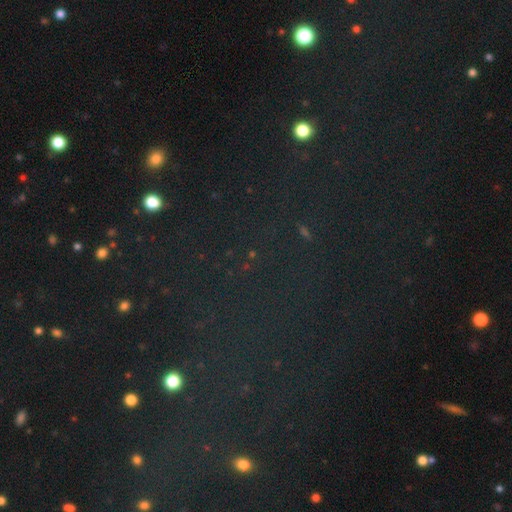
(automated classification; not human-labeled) Smooth or featured: star or artifact — 75% (smooth — 16%)